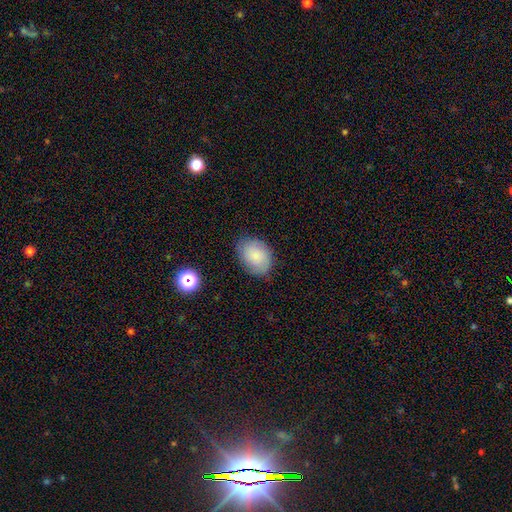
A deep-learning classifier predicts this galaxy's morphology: A smooth galaxy with no disk features (81%) that is in between round and cigar-shaped (77%).

Vote fractions:
- Smooth or featured? smooth: 81% / featured or disk: 12% / star or artifact: 7%
- How rounded? in between: 77% / round: 22% / cigar-shaped: 1%
- Merging? none: 80% / minor disturbance: 15% / major disturbance: 4% / merger: 1%